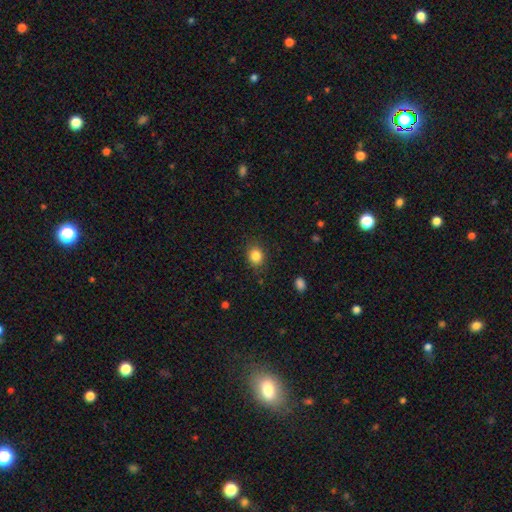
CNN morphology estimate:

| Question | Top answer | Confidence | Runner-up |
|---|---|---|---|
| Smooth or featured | smooth | 85% | star or artifact (10%) |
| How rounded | round | 55% | in between (44%) |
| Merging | none | 86% | minor disturbance (10%) |